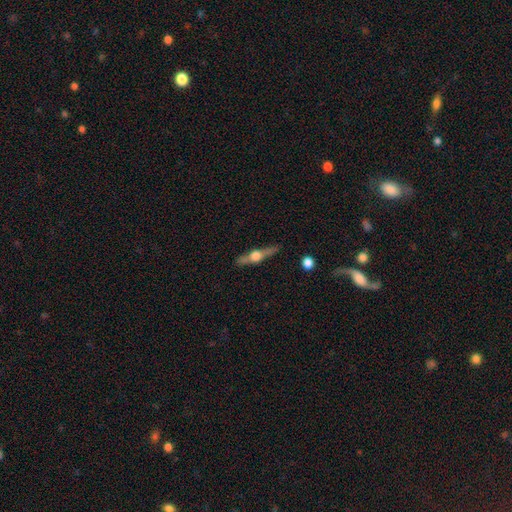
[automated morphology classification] This is likely a featured or disk galaxy (73%). It is clearly viewed edge-on (97%). Edge-on bulge: clearly rounded (95%). Merging: clearly none (84%).